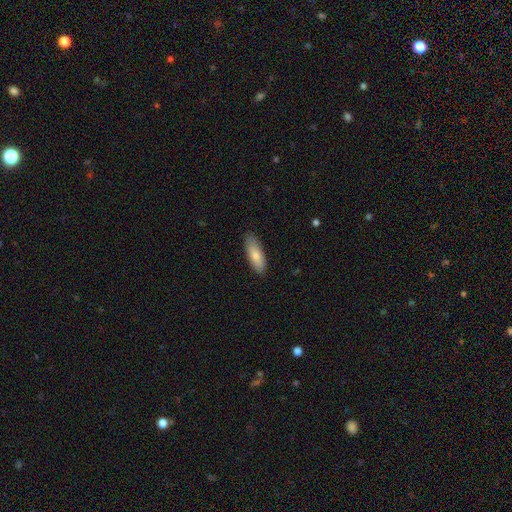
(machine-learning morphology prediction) Q: Smooth or featured?
A: smooth (77%); runner-up: featured or disk (17%)
Q: How rounded?
A: in between (64%); runner-up: cigar-shaped (34%)
Q: Merging?
A: none (83%); runner-up: minor disturbance (14%)